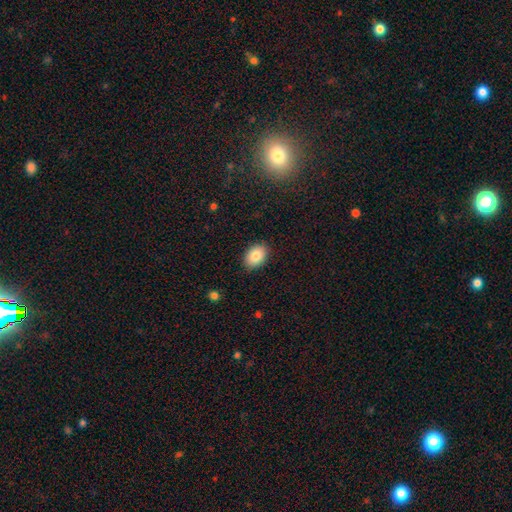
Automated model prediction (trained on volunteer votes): Q: Smooth or featured?
A: smooth (85%); runner-up: star or artifact (8%)
Q: How rounded?
A: in between (82%); runner-up: round (17%)
Q: Merging?
A: none (88%); runner-up: minor disturbance (9%)